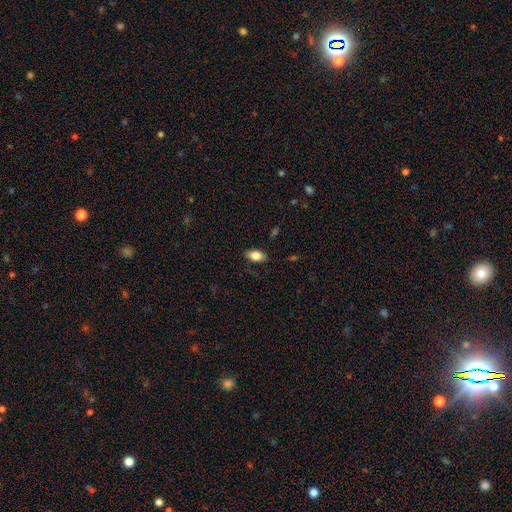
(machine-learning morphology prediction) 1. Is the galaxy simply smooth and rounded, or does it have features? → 82% smooth, 10% featured or disk, 8% star or artifact.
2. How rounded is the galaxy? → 91% in between, 5% round, 4% cigar-shaped.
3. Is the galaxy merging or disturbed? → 85% none, 11% minor disturbance, 3% major disturbance, 1% merger.